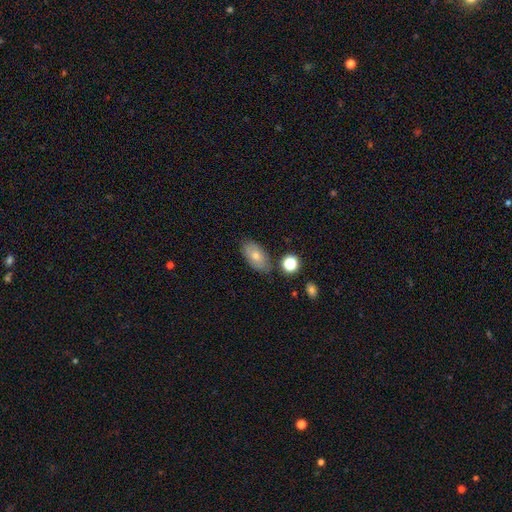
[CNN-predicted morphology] Smooth or featured?
  - smooth: 69% *
  - featured or disk: 21%
  - star or artifact: 10%
How rounded?
  - in between: 90% *
  - round: 7%
  - cigar-shaped: 3%
Merging?
  - none: 79% *
  - minor disturbance: 13%
  - merger: 4%
  - major disturbance: 3%